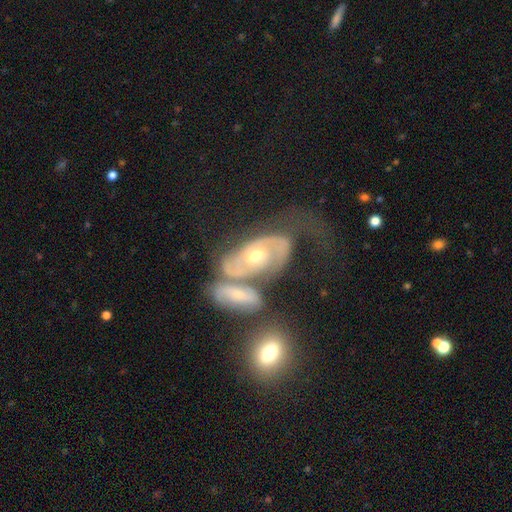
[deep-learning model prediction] Overall: featured or disk (82%). Edge-on disk: no (94%). Bar: no (56%; weak 33%). Spiral arms: yes (92%). Spiral arm count: 2 (63%). Spiral winding: tight (52%; medium 36%). Bulge size: moderate (64%; small 30%). Merging: merger (41%; none 28%).